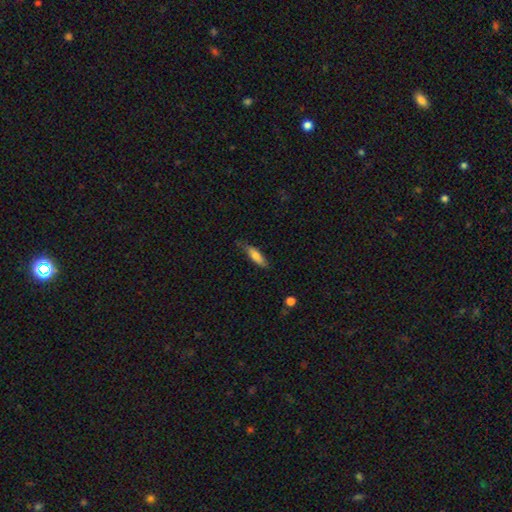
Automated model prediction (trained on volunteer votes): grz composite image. It shows a smooth galaxy with no disk features (74%) that is cigar-shaped (61%). Merging: none (72%).